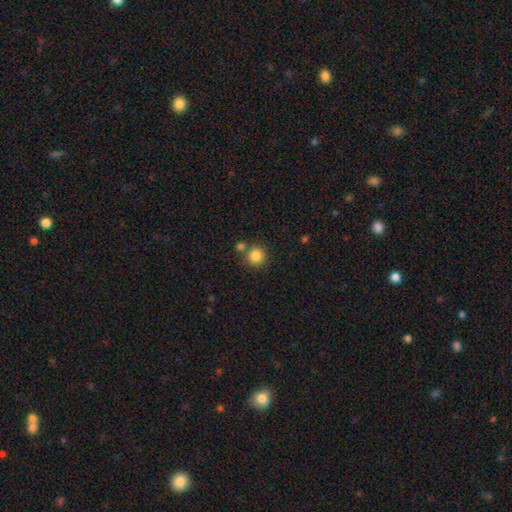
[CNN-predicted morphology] A smooth galaxy with no disk features (85%) that is round (93%).

Vote fractions:
- Smooth or featured? smooth: 85% / star or artifact: 10% / featured or disk: 5%
- How rounded? round: 93% / in between: 6% / cigar-shaped: 1%
- Merging? none: 74% / merger: 15% / minor disturbance: 8% / major disturbance: 3%